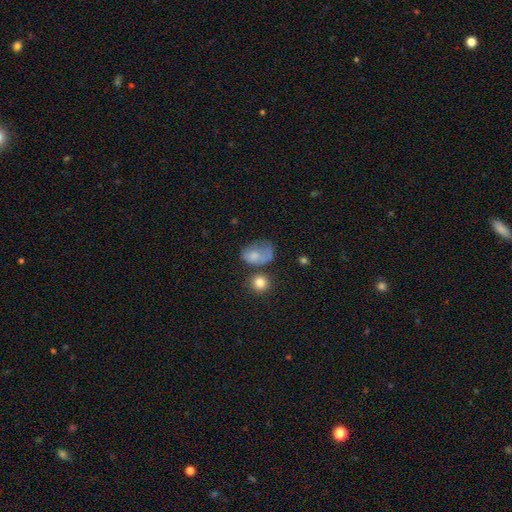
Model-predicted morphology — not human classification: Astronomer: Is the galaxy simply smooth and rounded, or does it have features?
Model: smooth — 67%.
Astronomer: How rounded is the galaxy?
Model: in between — 70%.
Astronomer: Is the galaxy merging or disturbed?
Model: major disturbance — 38% (runner-up: minor disturbance, 26%).